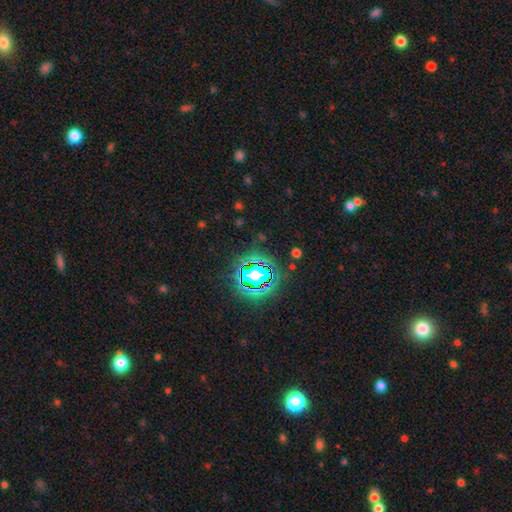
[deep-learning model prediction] Smooth or featured?
  - star or artifact: 80% *
  - smooth: 13%
  - featured or disk: 8%